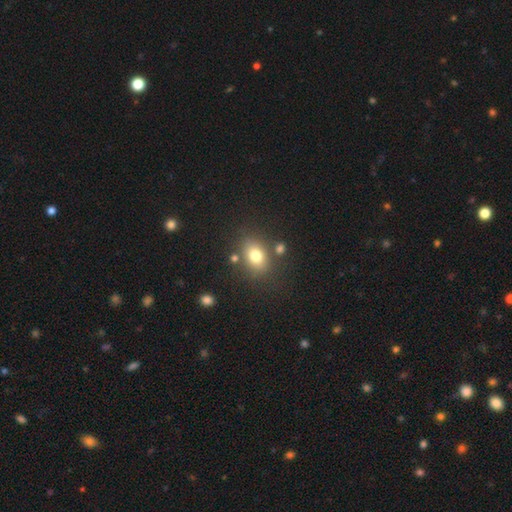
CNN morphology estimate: Q: Smooth or featured?
A: smooth (76%); runner-up: featured or disk (12%)
Q: How rounded?
A: in between (66%); runner-up: round (33%)
Q: Merging?
A: none (74%); runner-up: minor disturbance (12%)